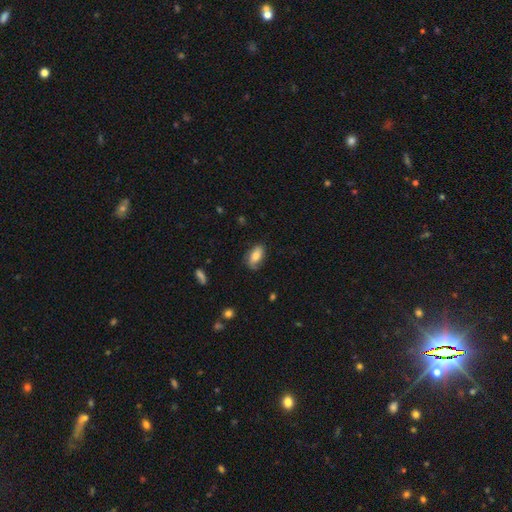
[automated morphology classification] Smooth or featured: smooth — 74% (featured or disk — 18%)
How rounded: in between — 88% (cigar-shaped — 8%)
Merging: none — 72% (minor disturbance — 22%)